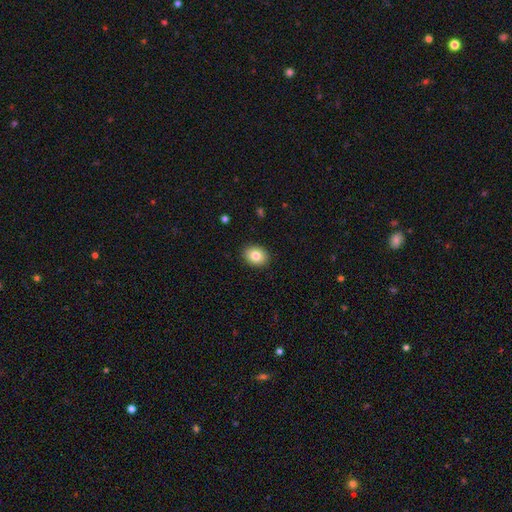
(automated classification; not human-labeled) Smooth or featured? smooth (82%)
How rounded? round (51%)
Merging? none (90%)